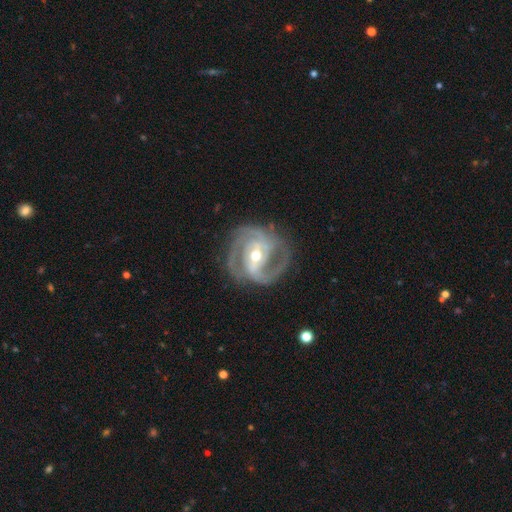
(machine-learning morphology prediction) Smooth or featured? featured or disk (91%)
Edge-on disk? no (97%)
Bar? strong (40%)
Spiral arms? yes (97%)
Spiral winding? medium (46%)
Spiral arm count? 2 (40%)
Bulge size? moderate (57%)
Merging? none (75%)